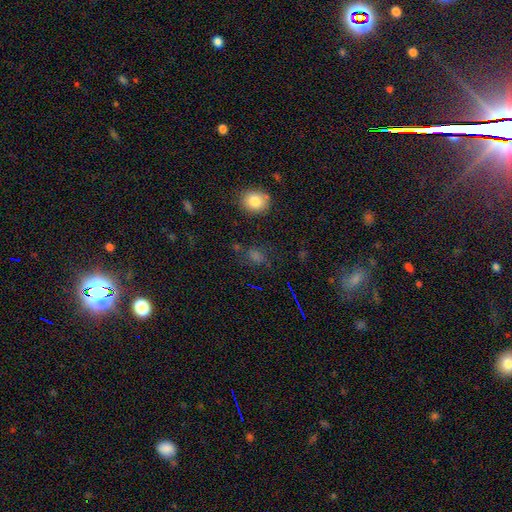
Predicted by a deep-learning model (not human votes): smooth 55%, star or artifact 34%, featured or disk 12%. Down the decision tree: how rounded — round (49%); merging — none (72%).